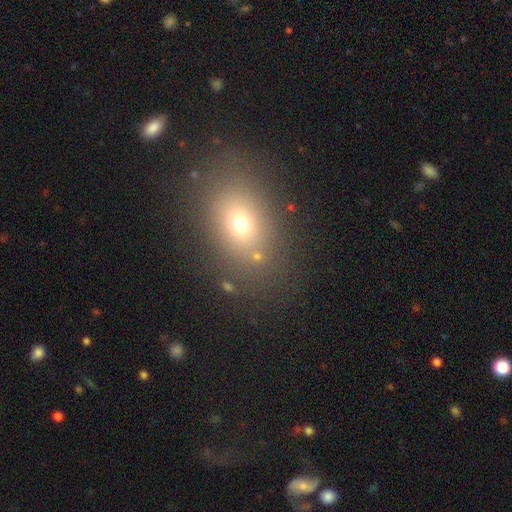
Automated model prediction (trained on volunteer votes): Q: Smooth or featured?
A: smooth (65%); runner-up: star or artifact (21%)
Q: How rounded?
A: in between (62%); runner-up: round (36%)
Q: Merging?
A: none (77%); runner-up: minor disturbance (11%)